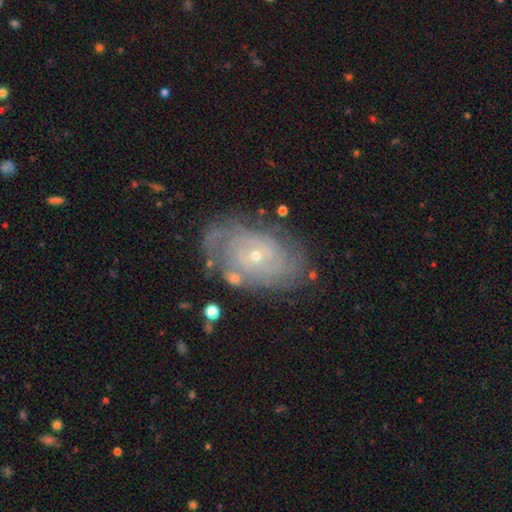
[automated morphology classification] This appears to be a featured or disk galaxy (84%) with no bar (79%), tight (74%) spiral arms (93%) and a small central bulge (75%). Merging: none (72%).